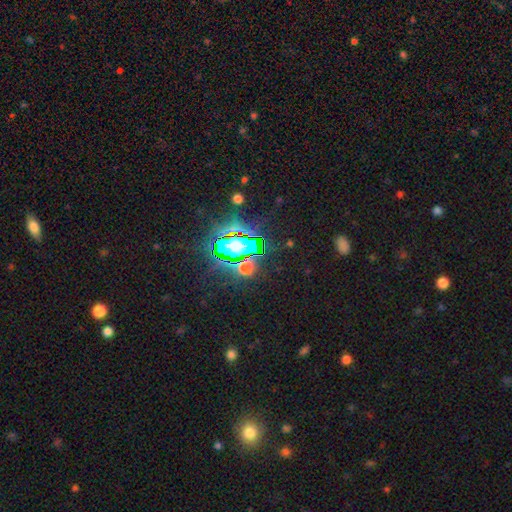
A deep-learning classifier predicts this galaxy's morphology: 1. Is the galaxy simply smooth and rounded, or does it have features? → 80% star or artifact, 12% smooth, 8% featured or disk.